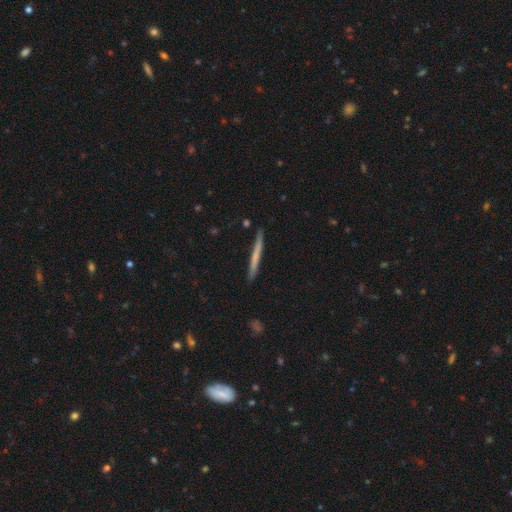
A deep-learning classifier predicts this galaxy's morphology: This is possibly a smooth galaxy (56%). How rounded: clearly cigar-shaped (97%). Merging: clearly none (90%).